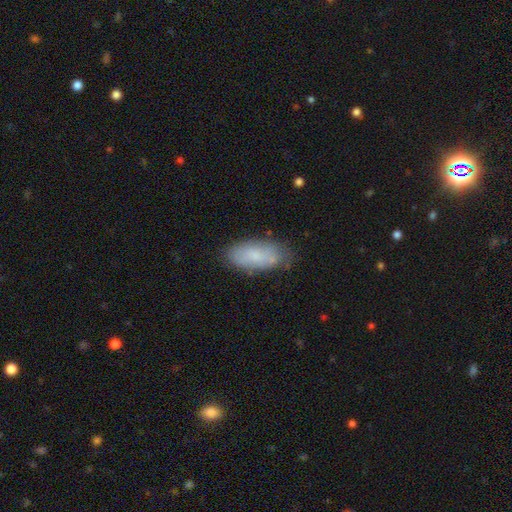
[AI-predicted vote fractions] The model was most divided on "merging": none: 72%, minor disturbance: 21%, major disturbance: 5%, merger: 2%. More confident: how rounded — in between (90%); smooth or featured — smooth (74%).